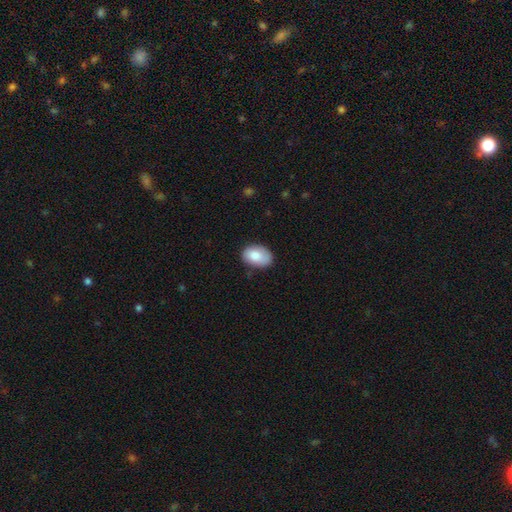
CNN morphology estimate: Smooth or featured?
  - smooth: 82% *
  - featured or disk: 11%
  - star or artifact: 7%
How rounded?
  - in between: 83% *
  - round: 16%
  - cigar-shaped: 1%
Merging?
  - none: 72% *
  - minor disturbance: 22%
  - major disturbance: 4%
  - merger: 2%